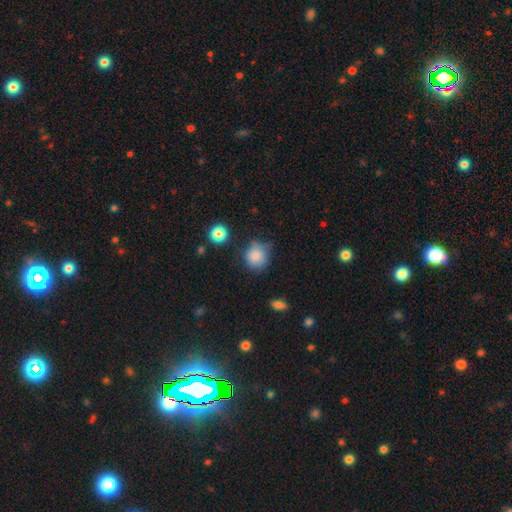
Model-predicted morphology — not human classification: Smooth or featured?
  - smooth: 84% *
  - star or artifact: 10%
  - featured or disk: 6%
How rounded?
  - round: 81% *
  - in between: 18%
  - cigar-shaped: 1%
Merging?
  - none: 64% *
  - minor disturbance: 27%
  - major disturbance: 6%
  - merger: 3%